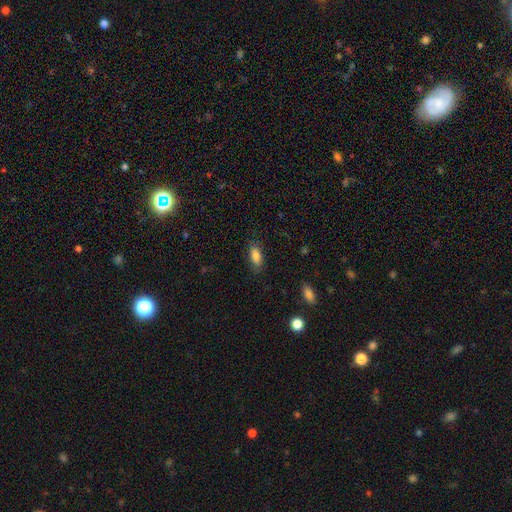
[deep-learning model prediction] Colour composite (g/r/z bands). It shows a smooth galaxy with no disk features (85%) that is in between round and cigar-shaped (81%). Merging: none (80%).